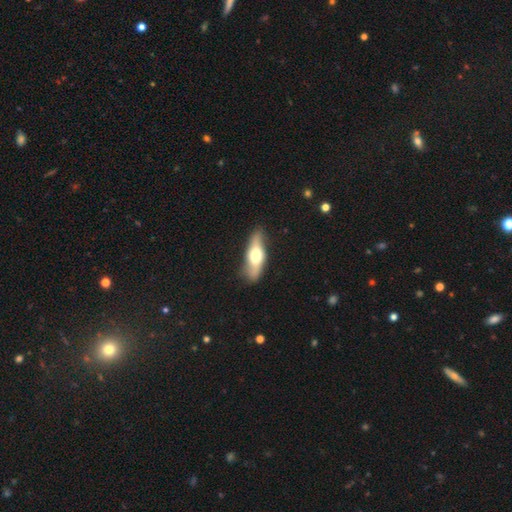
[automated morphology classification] This is possibly a featured or disk galaxy (48%). Merging: likely none (77%).